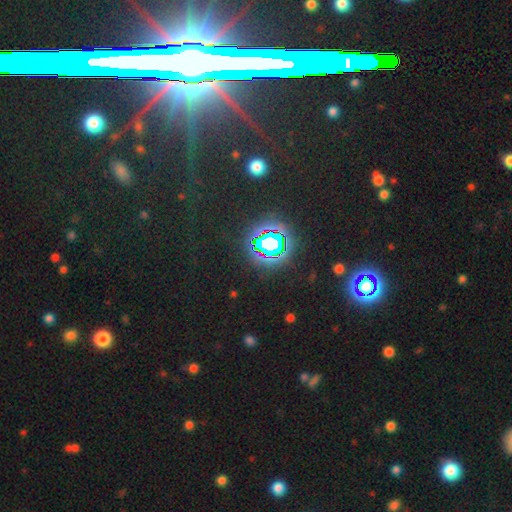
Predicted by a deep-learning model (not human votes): star or artifact 76%, featured or disk 13%, smooth 11%.